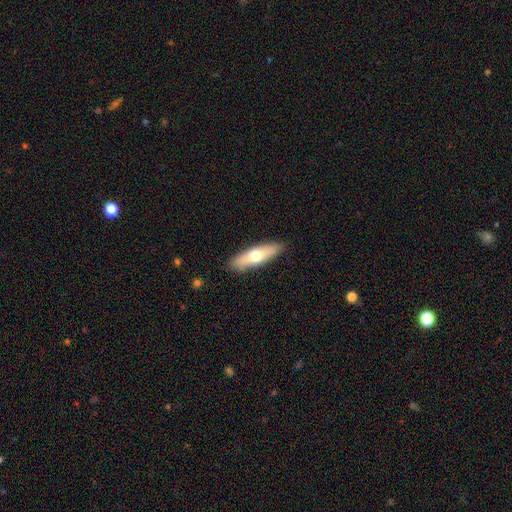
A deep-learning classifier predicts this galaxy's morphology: type=smooth (59%); roundness=cigar-shaped (54%); merging=none (88%).